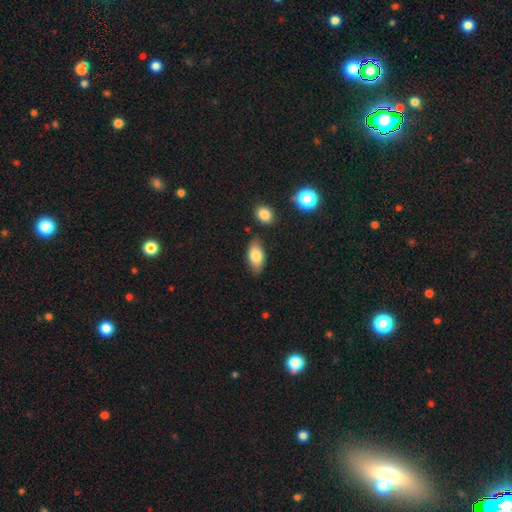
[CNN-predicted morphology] A smooth galaxy with no disk features (79%) that is in between round and cigar-shaped (90%). Merging: none (78%).